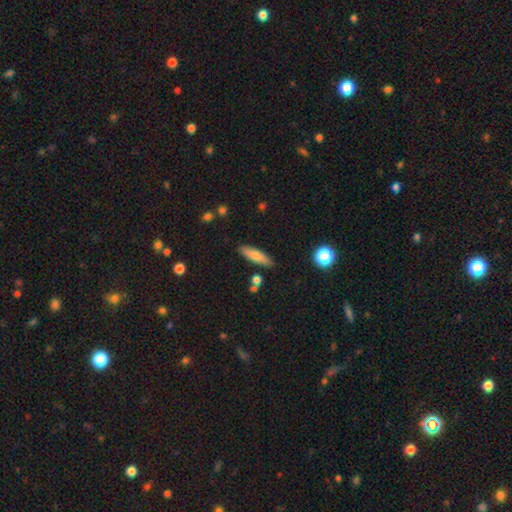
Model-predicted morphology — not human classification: A smooth galaxy with no disk features (74%) that is cigar-shaped (65%). Merging: none (85%).